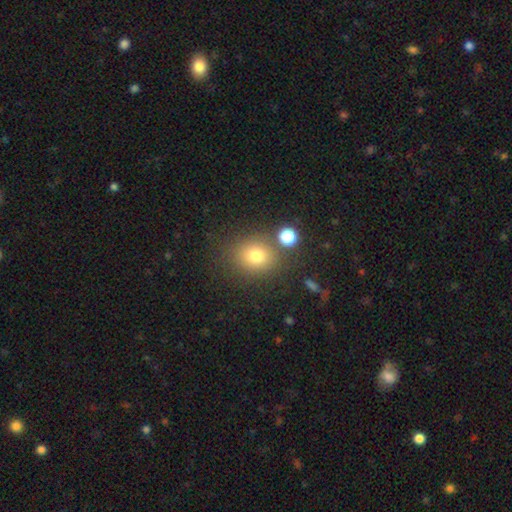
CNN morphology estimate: Smooth or featured: smooth — 76% (star or artifact — 15%)
How rounded: round — 73% (in between — 26%)
Merging: none — 76% (minor disturbance — 11%)